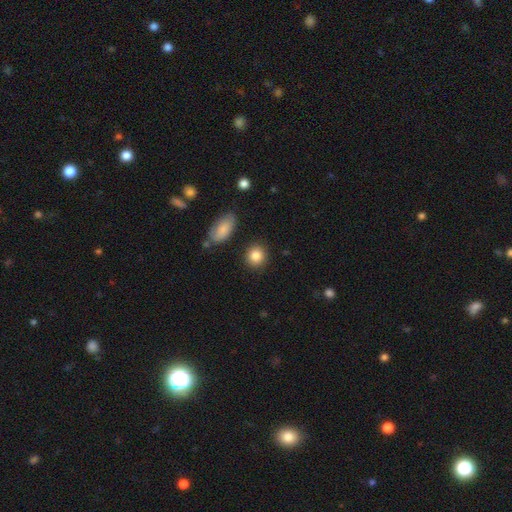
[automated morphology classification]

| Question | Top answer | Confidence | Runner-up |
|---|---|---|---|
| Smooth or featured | smooth | 86% | star or artifact (8%) |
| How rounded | round | 83% | in between (16%) |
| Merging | none | 88% | minor disturbance (7%) |